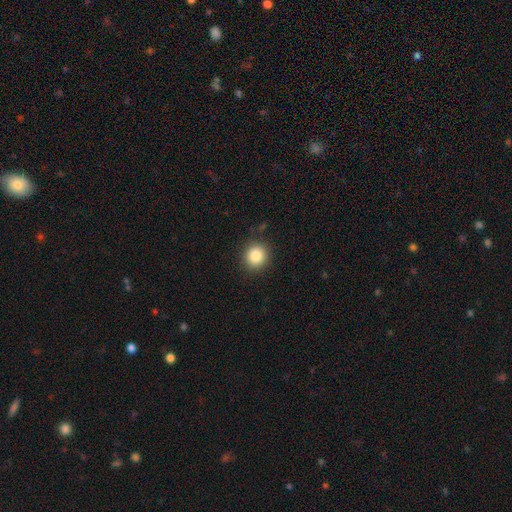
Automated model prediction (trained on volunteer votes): This appears to be a smooth galaxy with no disk features (86%) that is round (89%). Merging: none (88%).